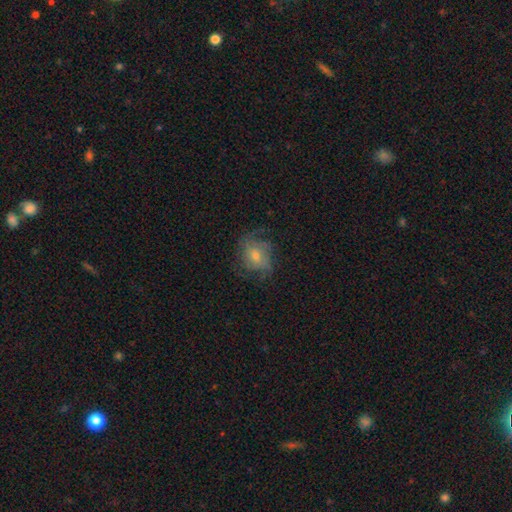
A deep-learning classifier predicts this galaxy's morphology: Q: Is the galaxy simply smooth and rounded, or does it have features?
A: featured or disk — 62%.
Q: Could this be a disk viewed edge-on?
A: no — 97%.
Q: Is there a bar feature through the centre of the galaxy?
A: no — 72%.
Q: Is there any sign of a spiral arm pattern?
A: yes — 84%.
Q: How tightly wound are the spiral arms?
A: medium — 42%.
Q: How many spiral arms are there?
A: can't tell — 37%.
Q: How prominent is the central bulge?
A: moderate — 47%.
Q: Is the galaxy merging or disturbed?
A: none — 64%.